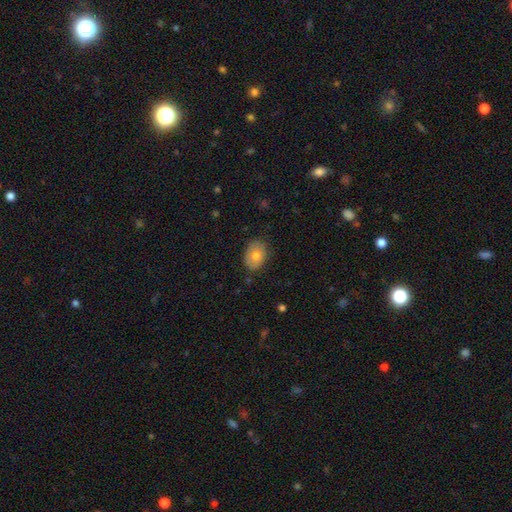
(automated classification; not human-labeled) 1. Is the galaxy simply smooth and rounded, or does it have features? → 73% smooth, 20% featured or disk, 8% star or artifact.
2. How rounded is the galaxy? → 73% in between, 26% round, 1% cigar-shaped.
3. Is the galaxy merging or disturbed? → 79% none, 16% minor disturbance, 3% major disturbance, 1% merger.